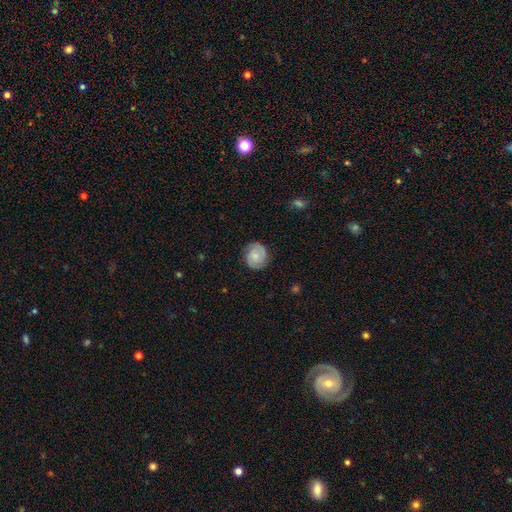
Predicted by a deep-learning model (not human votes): This appears to be a smooth galaxy with no disk features (56%) that is round (78%). Merging: none (80%).